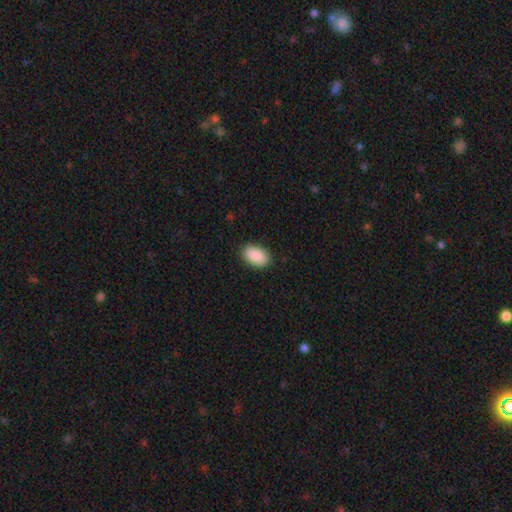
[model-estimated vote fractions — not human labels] A smooth galaxy with no disk features (90%) that is in between round and cigar-shaped (93%). Merging: none (87%).